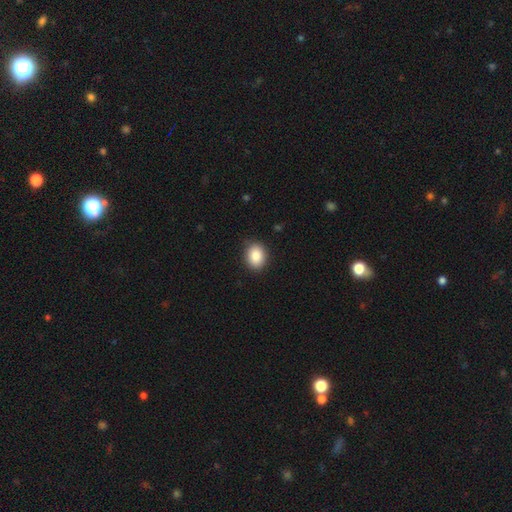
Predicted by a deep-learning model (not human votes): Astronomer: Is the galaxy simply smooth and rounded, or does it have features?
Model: smooth — 87%.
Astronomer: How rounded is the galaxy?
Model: in between — 56% (runner-up: round, 44%).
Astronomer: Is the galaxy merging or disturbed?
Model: none — 87%.